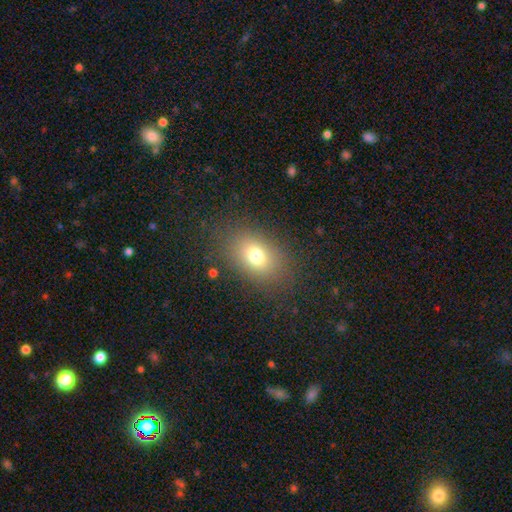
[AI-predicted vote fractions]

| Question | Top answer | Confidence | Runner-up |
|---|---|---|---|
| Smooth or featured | smooth | 74% | star or artifact (14%) |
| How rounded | in between | 73% | round (25%) |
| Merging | none | 82% | minor disturbance (11%) |